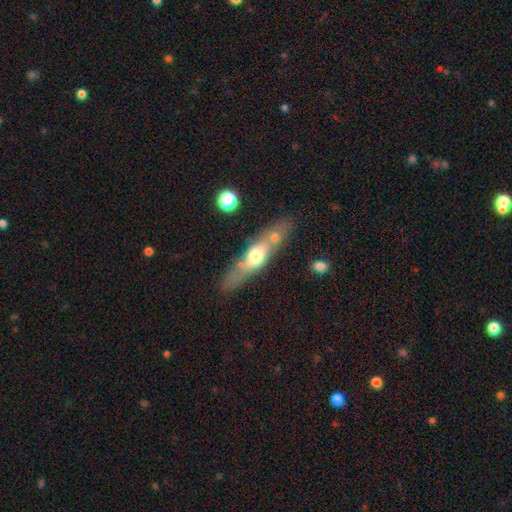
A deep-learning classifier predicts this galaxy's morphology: A featured or disk galaxy (49%). Merging: none (61%).